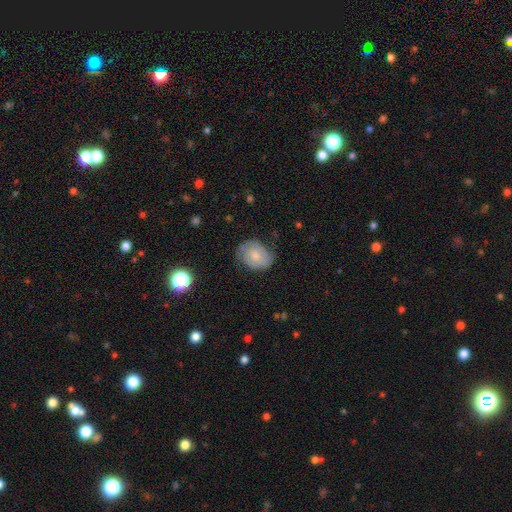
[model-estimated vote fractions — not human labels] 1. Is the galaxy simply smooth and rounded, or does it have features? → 54% featured or disk, 38% smooth, 8% star or artifact.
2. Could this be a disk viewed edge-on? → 97% no, 3% yes.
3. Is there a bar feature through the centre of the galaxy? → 71% no, 25% weak, 4% strong.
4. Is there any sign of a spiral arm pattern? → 85% yes, 15% no.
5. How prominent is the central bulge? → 44% moderate (tied), 44% small (tied), 6% none, 4% large, 1% dominant.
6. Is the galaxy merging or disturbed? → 65% none, 25% minor disturbance, 9% major disturbance, 1% merger.